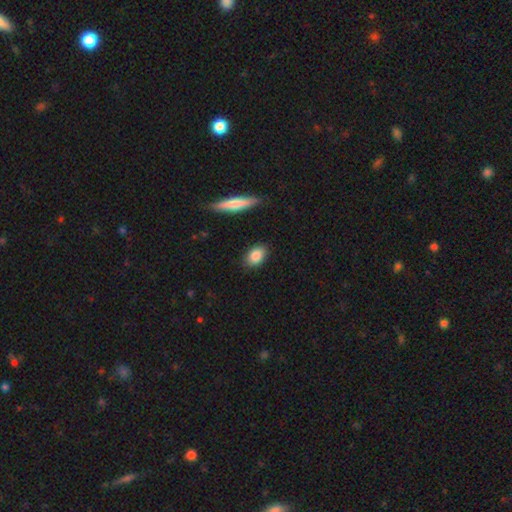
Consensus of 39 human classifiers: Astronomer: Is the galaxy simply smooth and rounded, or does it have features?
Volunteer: smooth — 90%.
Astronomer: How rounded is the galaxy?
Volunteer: in between — 83%.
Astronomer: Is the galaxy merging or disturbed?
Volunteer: none — 81%.